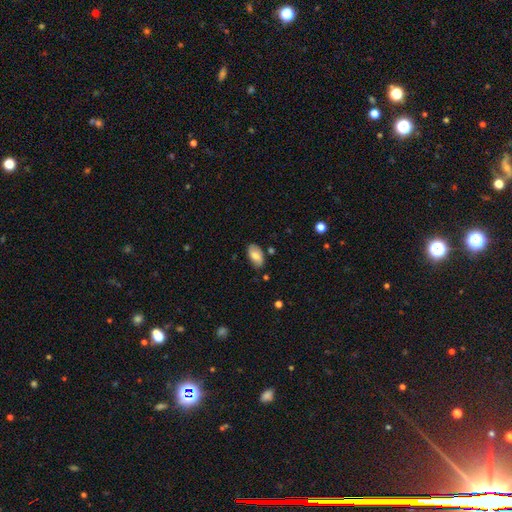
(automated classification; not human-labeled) Overall: smooth (68%). How rounded: in between (94%). Merging: none (75%).